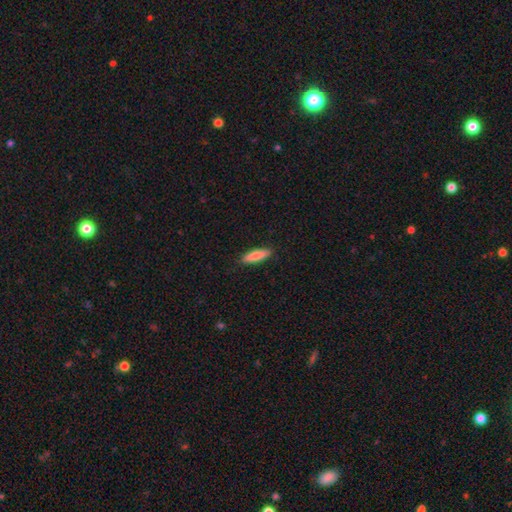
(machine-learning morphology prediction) smooth_or_featured: smooth (p=0.84) [alt: featured or disk p=0.10]
how_rounded: cigar-shaped (p=0.69) [alt: in between p=0.29]
merging: none (p=0.89) [alt: minor disturbance p=0.08]